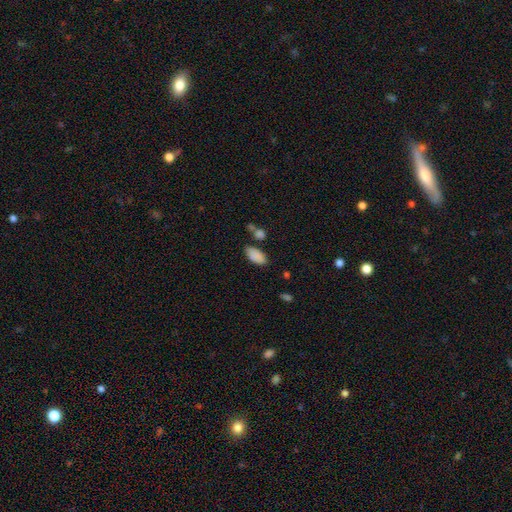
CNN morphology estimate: smooth-or-featured: smooth: 88% | star or artifact: 8% | featured or disk: 5%
  how-rounded: in between: 93% | cigar-shaped: 4% | round: 3%
  merging: none: 70% | minor disturbance: 16% | merger: 10% | major disturbance: 4%